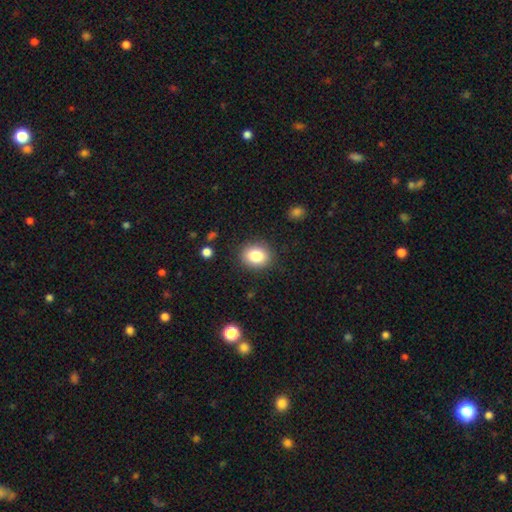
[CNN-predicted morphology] Smooth or featured: smooth — 83% (star or artifact — 9%)
How rounded: round — 59% (in between — 40%)
Merging: none — 87% (minor disturbance — 9%)